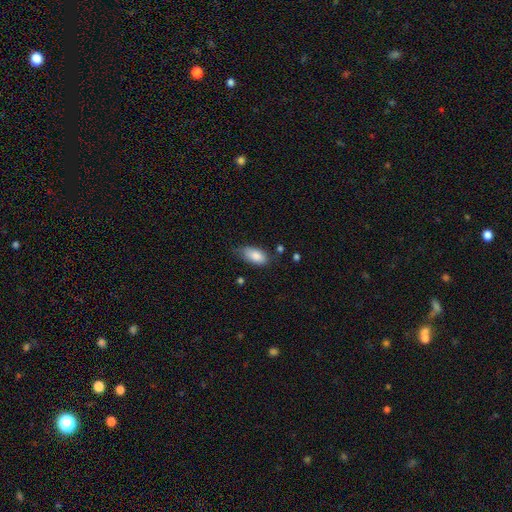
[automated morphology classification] Smooth or featured?
  - smooth: 85% *
  - featured or disk: 8%
  - star or artifact: 7%
How rounded?
  - in between: 92% *
  - cigar-shaped: 5%
  - round: 3%
Merging?
  - none: 66% *
  - minor disturbance: 26%
  - major disturbance: 5%
  - merger: 3%